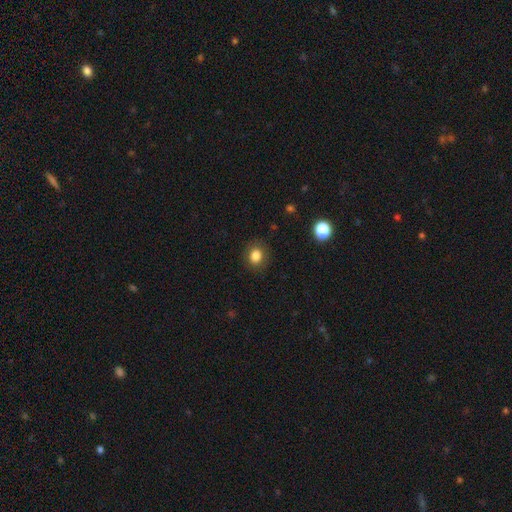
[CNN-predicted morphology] Smooth or featured: smooth — 84% (star or artifact — 10%)
How rounded: round — 61% (in between — 38%)
Merging: none — 86% (minor disturbance — 10%)